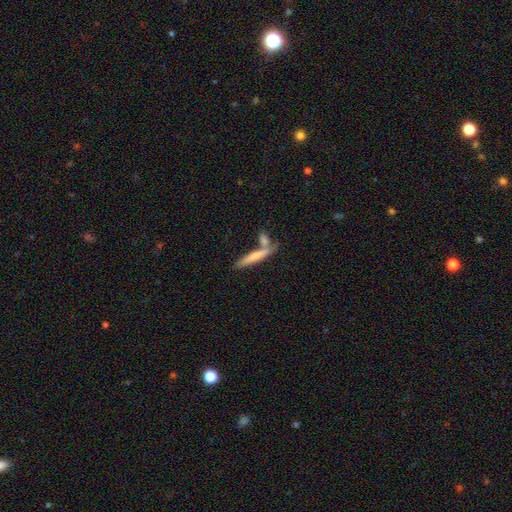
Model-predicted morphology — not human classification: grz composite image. It shows a smooth galaxy with no disk features (66%) that is cigar-shaped (89%). Merging: none (56%).